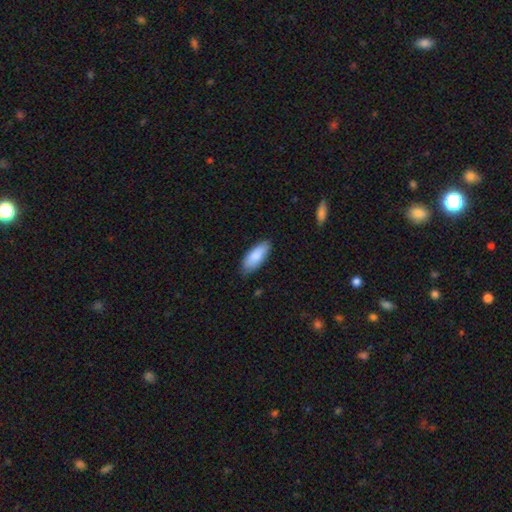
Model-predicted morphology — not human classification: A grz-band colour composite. It shows a smooth galaxy with no disk features (87%) that is in between round and cigar-shaped (78%). Merging: none (83%).